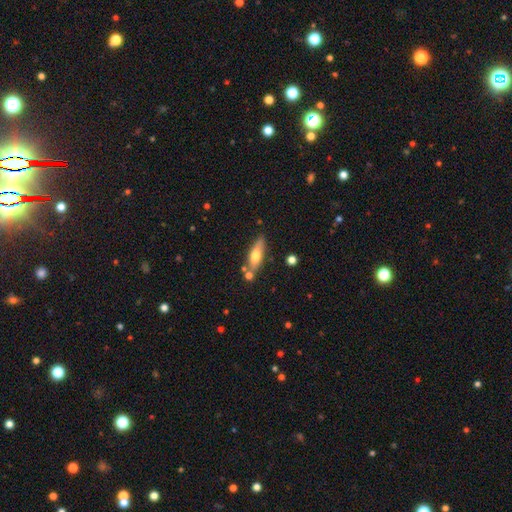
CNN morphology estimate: This is likely a smooth galaxy (61%). How rounded: possibly in between (52%). Merging: likely none (70%).